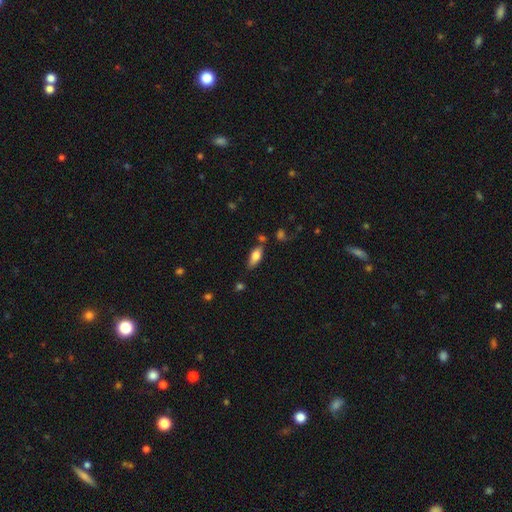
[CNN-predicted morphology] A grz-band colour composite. It shows a smooth galaxy with no disk features (72%) that is in between round and cigar-shaped (78%). Merging: none (66%).